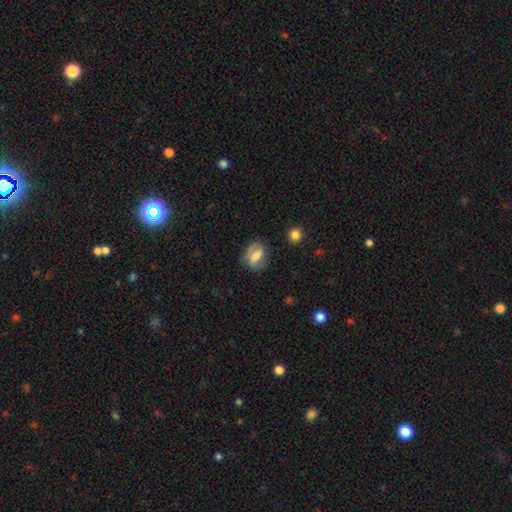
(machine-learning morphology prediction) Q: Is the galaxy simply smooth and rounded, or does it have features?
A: featured or disk — 50%.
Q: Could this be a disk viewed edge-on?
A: no — 95%.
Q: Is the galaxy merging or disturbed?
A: none — 64%.